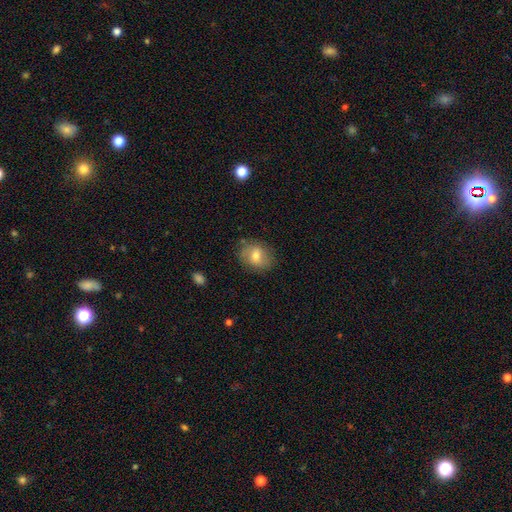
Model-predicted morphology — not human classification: smooth 71%, featured or disk 21%, star or artifact 8%. Down the decision tree: how rounded — round (52%); merging — none (77%).